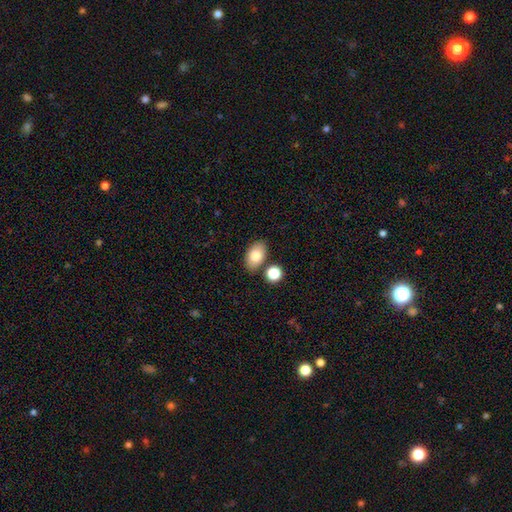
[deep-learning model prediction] A smooth galaxy with no disk features (81%) that is in between round and cigar-shaped (90%).

Vote fractions:
- Smooth or featured? smooth: 81% / featured or disk: 12% / star or artifact: 8%
- How rounded? in between: 90% / round: 9% / cigar-shaped: 1%
- Merging? none: 78% / minor disturbance: 11% / merger: 8% / major disturbance: 3%